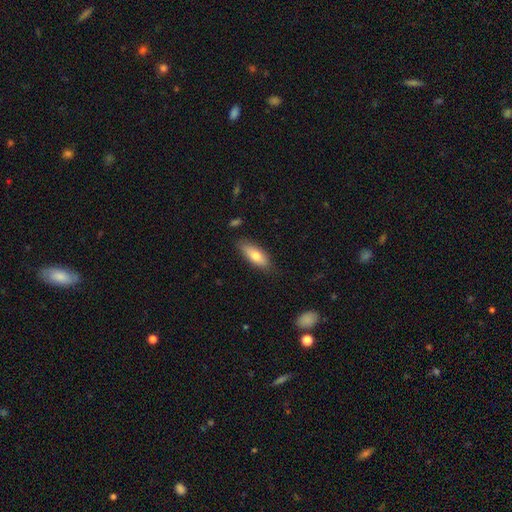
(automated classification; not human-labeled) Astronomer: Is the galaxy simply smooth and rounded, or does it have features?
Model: smooth — 72%.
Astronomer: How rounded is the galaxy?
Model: in between — 67%.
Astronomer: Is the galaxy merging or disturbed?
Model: none — 81%.